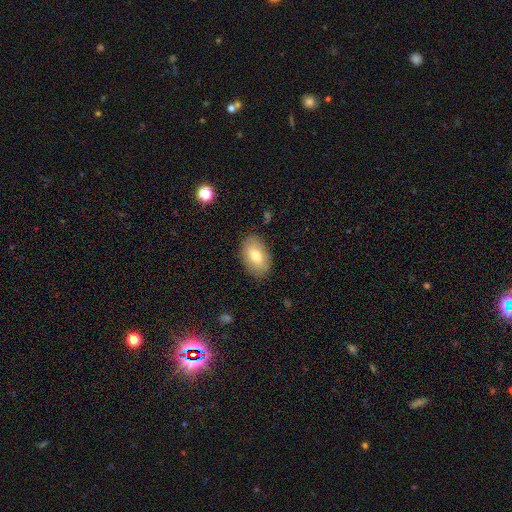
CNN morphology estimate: The model was most divided on "smooth or featured": smooth: 73%, featured or disk: 20%, star or artifact: 7%. More confident: how rounded — in between (91%); merging — none (85%).